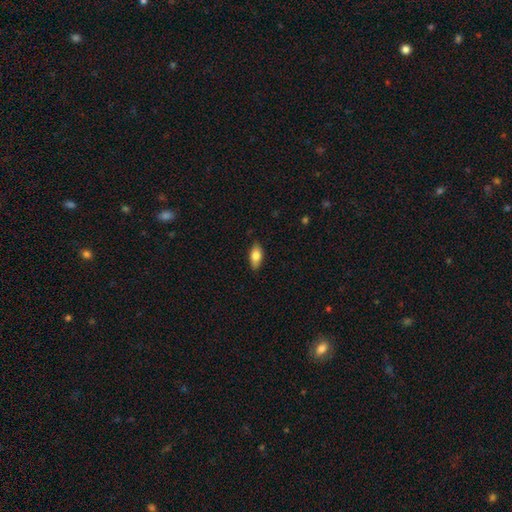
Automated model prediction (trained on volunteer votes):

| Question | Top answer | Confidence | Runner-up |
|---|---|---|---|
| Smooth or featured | smooth | 79% | featured or disk (14%) |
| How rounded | in between | 87% | cigar-shaped (9%) |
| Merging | none | 86% | minor disturbance (11%) |